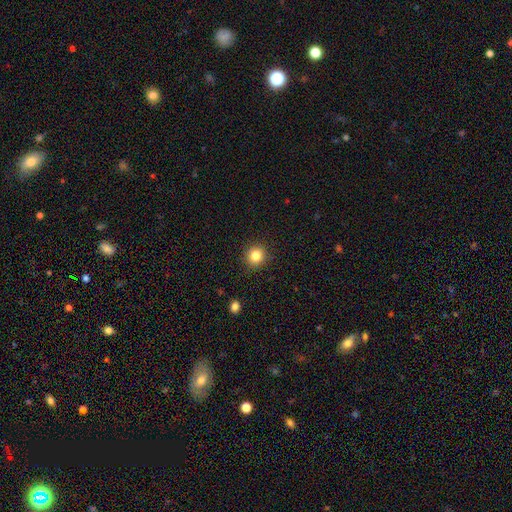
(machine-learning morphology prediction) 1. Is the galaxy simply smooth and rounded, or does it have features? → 83% smooth, 11% star or artifact, 5% featured or disk.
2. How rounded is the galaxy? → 89% round, 10% in between, 1% cigar-shaped.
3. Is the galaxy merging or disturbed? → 91% none, 6% minor disturbance, 2% major disturbance, 1% merger.